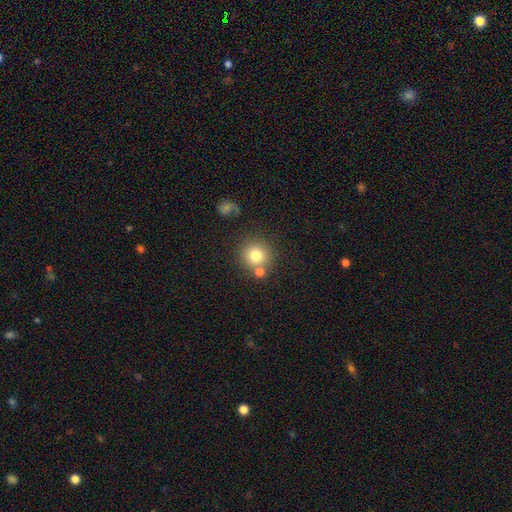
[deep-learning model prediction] Overall: smooth (78%). How rounded: round (92%). Merging: none (71%).